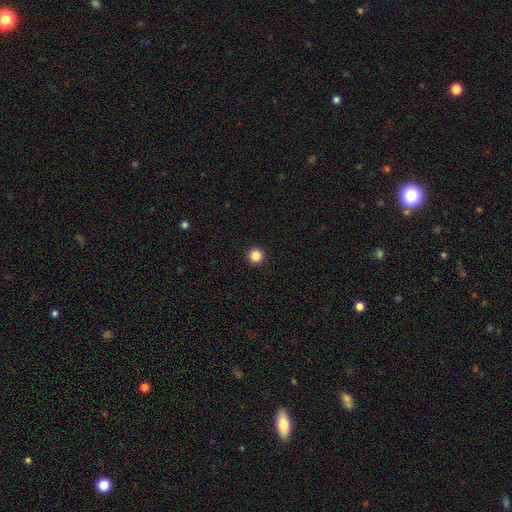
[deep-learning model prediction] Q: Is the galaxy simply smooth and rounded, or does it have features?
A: smooth — 86%.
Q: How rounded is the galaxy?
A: round — 96%.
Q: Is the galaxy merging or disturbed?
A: none — 94%.